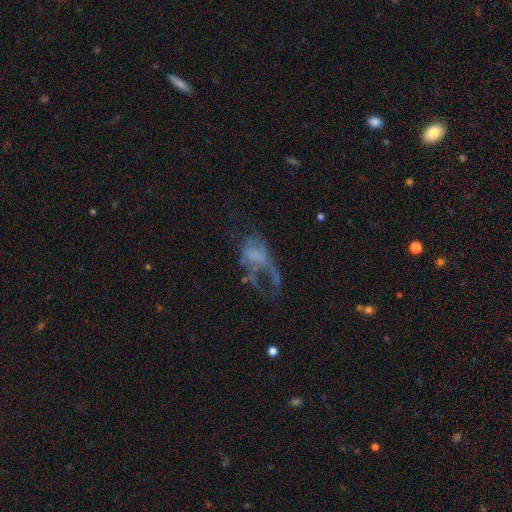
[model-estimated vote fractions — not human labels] smooth_or_featured: featured or disk (p=0.55) [alt: smooth p=0.29]
disk_edge_on: no (p=0.96) [alt: yes p=0.04]
bar: no (p=0.80) [alt: weak p=0.15]
has_spiral_arms: no (p=0.75) [alt: yes p=0.25]
bulge_size: none (p=0.69) [alt: small p=0.14]
merging: major disturbance (p=0.58) [alt: none p=0.21]